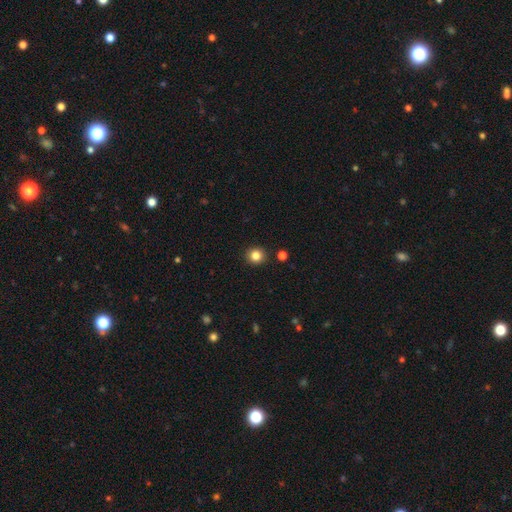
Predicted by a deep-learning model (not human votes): Overall: smooth (84%). How rounded: round (91%). Merging: none (91%).